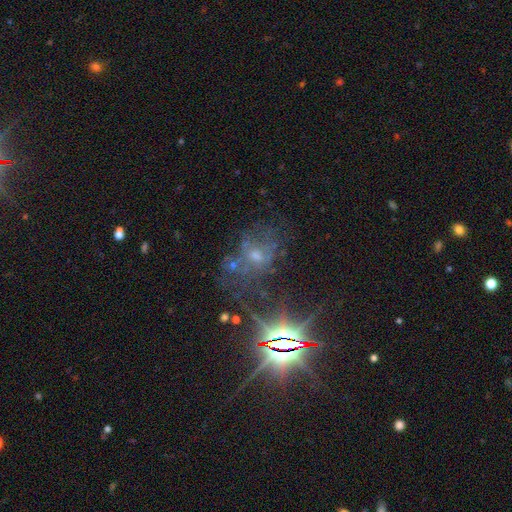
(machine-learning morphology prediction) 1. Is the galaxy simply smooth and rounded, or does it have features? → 48% star or artifact, 35% featured or disk, 18% smooth.